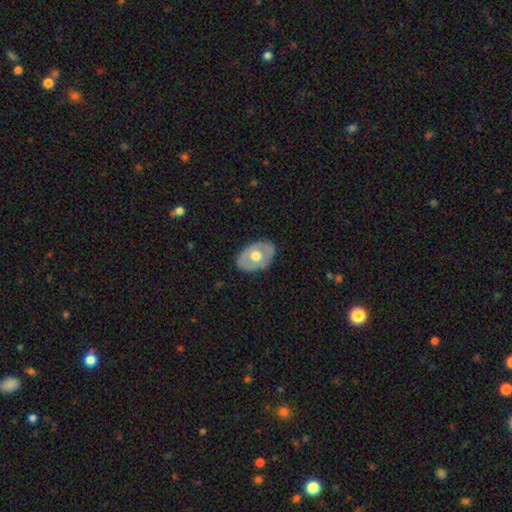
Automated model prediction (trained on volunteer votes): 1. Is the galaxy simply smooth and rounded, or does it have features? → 49% featured or disk, 46% smooth, 5% star or artifact.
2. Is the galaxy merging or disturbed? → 81% none, 15% minor disturbance, 4% major disturbance, 1% merger.